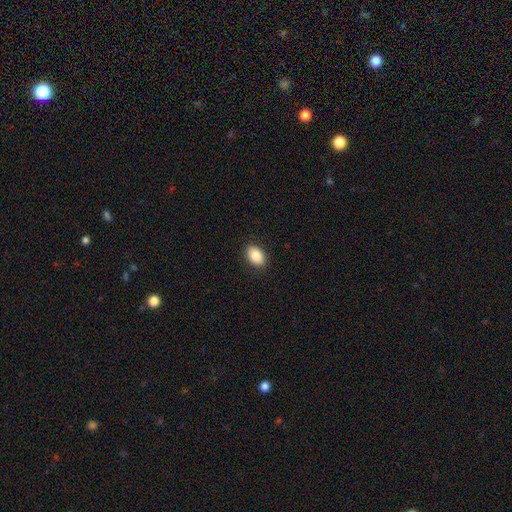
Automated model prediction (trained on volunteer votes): Overall: smooth (85%). How rounded: in between (82%). Merging: none (89%).